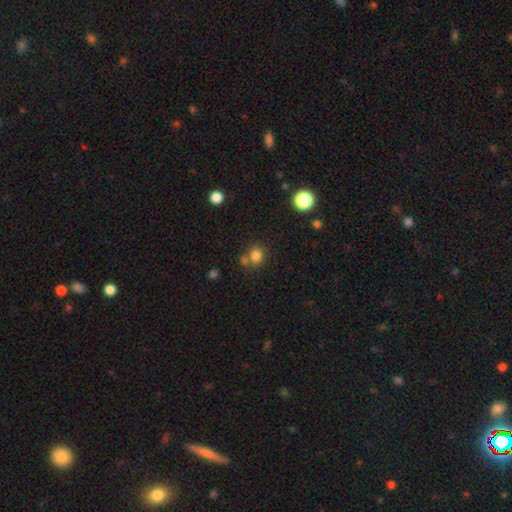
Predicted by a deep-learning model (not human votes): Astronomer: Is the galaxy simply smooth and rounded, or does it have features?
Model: smooth — 80%.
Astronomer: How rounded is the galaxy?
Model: round — 76%.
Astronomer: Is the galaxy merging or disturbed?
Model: none — 58%.